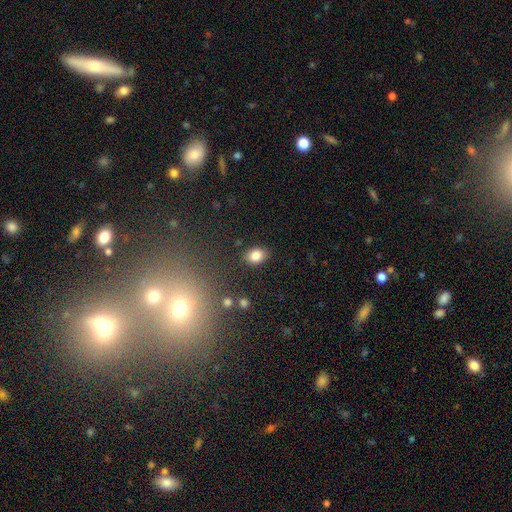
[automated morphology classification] Smooth or featured? smooth (83%)
How rounded? in between (74%)
Merging? none (84%)